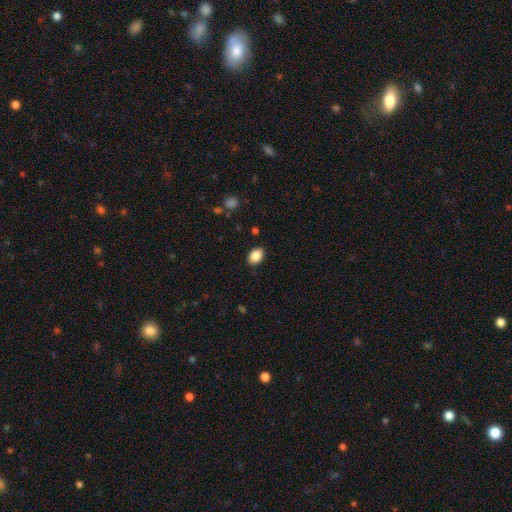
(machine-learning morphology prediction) Smooth or featured? Predicted: smooth (p=0.87). How rounded? Predicted: in between (p=0.78). Merging? Predicted: none (p=0.87).